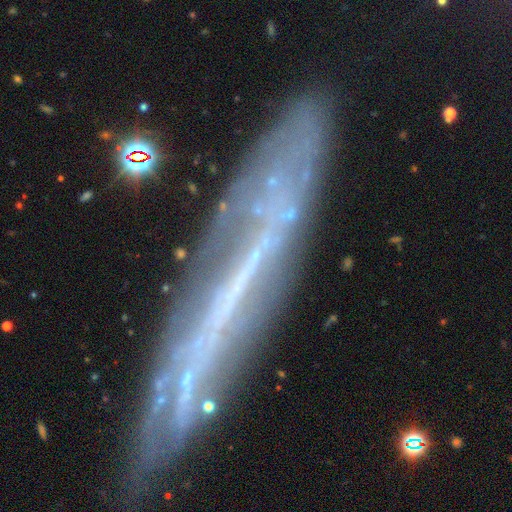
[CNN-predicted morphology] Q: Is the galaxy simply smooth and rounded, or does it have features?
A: featured or disk — 67%.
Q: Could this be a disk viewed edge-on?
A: yes — 72%.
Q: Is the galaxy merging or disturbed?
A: none — 72%.